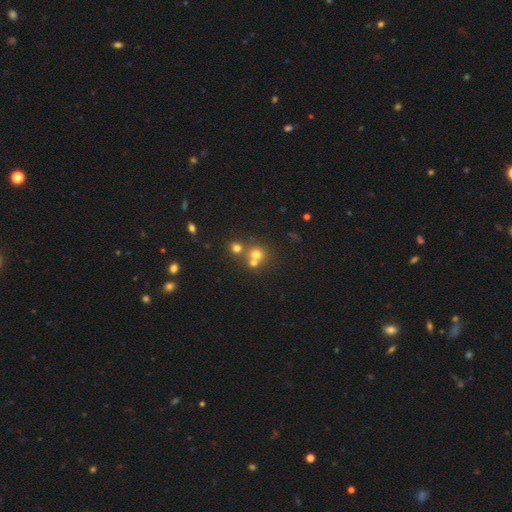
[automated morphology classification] A smooth galaxy with no disk features (66%) that is round (83%).

Vote fractions:
- Smooth or featured? smooth: 66% / star or artifact: 20% / featured or disk: 15%
- How rounded? round: 83% / in between: 16% / cigar-shaped: 1%
- Merging? none: 45% (tied) / merger: 45% (tied) / minor disturbance: 7% / major disturbance: 3%